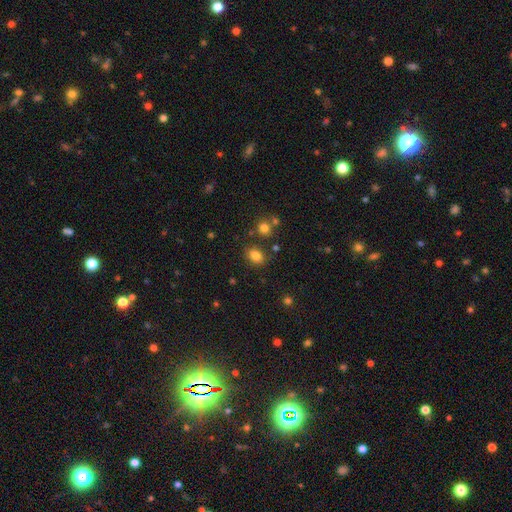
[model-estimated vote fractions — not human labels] Q: Smooth or featured?
A: smooth (82%); runner-up: star or artifact (12%)
Q: How rounded?
A: in between (69%); runner-up: round (30%)
Q: Merging?
A: none (78%); runner-up: minor disturbance (12%)